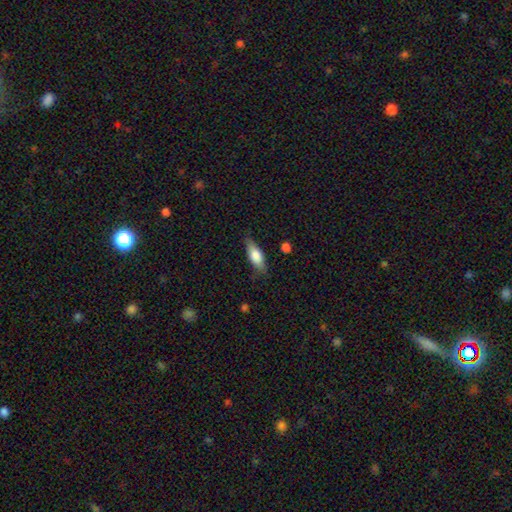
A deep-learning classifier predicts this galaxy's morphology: The model was most divided on "how rounded": in between: 64%, cigar-shaped: 34%, round: 3%. More confident: merging — none (78%); smooth or featured — smooth (70%).